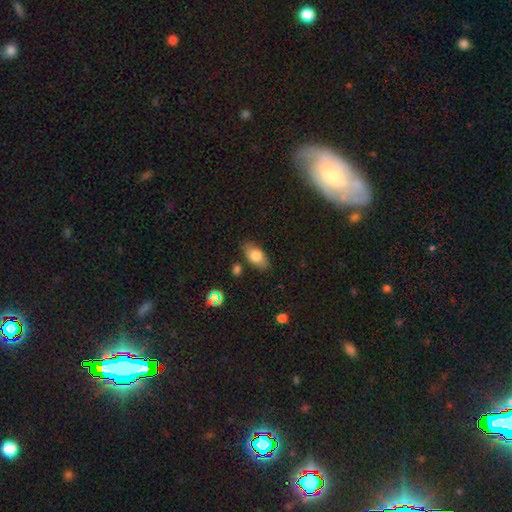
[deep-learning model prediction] Smooth or featured: smooth — 77% (featured or disk — 15%)
How rounded: in between — 90% (round — 6%)
Merging: none — 81% (minor disturbance — 13%)